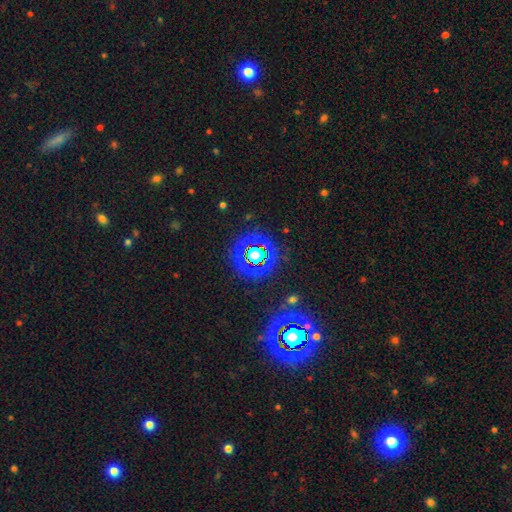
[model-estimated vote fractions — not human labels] Morphology: type=star or artifact (80%).